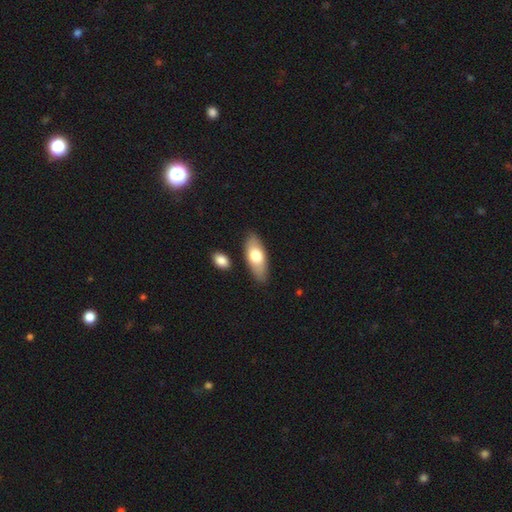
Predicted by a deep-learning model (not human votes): Smooth or featured? smooth (71%)
How rounded? in between (81%)
Merging? none (82%)